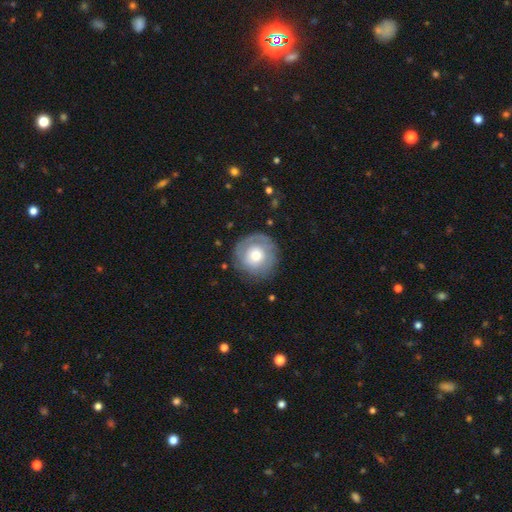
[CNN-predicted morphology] smooth 53%, featured or disk 39%, star or artifact 7%. Down the decision tree: how rounded — round (94%); merging — none (79%).